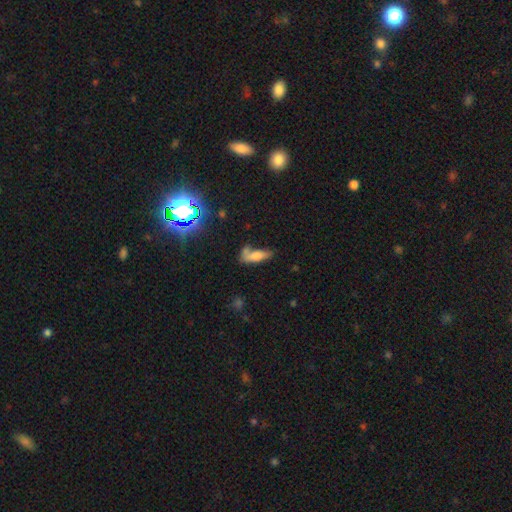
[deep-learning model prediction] Morphology: type=smooth (67%); roundness=in between (57%); merging=none (42%).